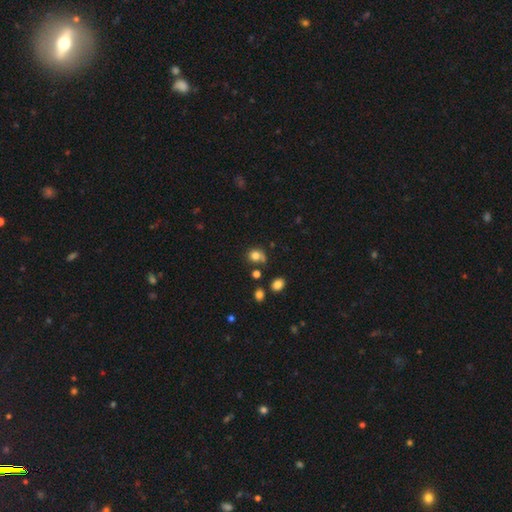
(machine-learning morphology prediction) type=smooth (79%); roundness=round (76%); merging=none (59%).